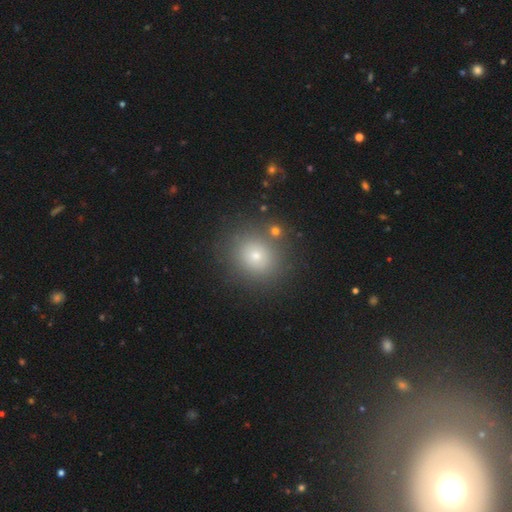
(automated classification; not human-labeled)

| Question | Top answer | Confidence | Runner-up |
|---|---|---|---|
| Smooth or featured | smooth | 71% | star or artifact (17%) |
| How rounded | round | 83% | in between (16%) |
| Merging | none | 84% | minor disturbance (8%) |